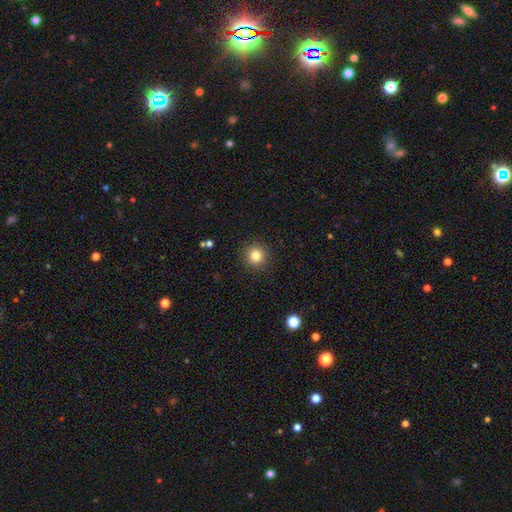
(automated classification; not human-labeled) This appears to be a smooth galaxy with no disk features (83%) that is round (94%). Merging: none (91%).